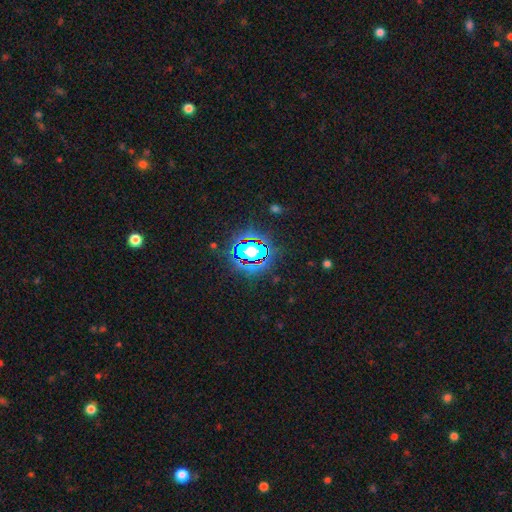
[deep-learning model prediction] star or artifact 80%, smooth 13%, featured or disk 8%.